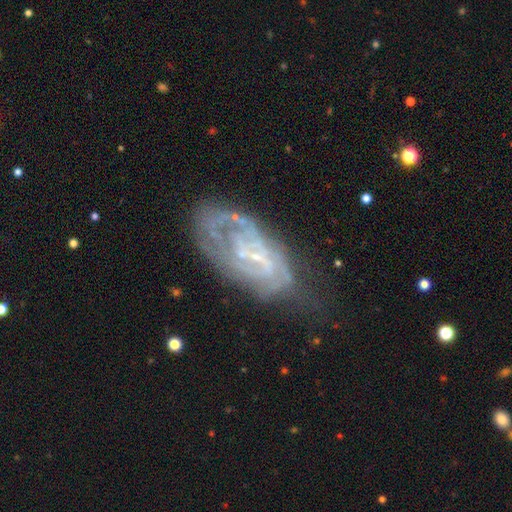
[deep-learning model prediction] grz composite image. It shows a featured or disk galaxy (77%) with no bar (46%), tight (55%) spiral arms (73%) and a small central bulge (64%). Merging: none (50%).